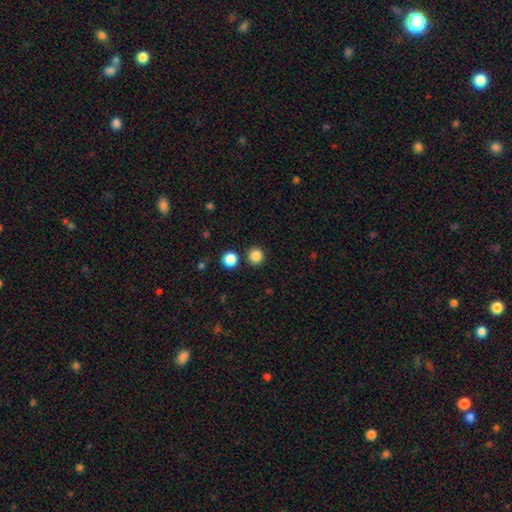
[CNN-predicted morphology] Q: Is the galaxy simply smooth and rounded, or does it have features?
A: smooth — 85%.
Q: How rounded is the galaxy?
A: round — 93%.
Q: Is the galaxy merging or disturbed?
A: none — 87%.